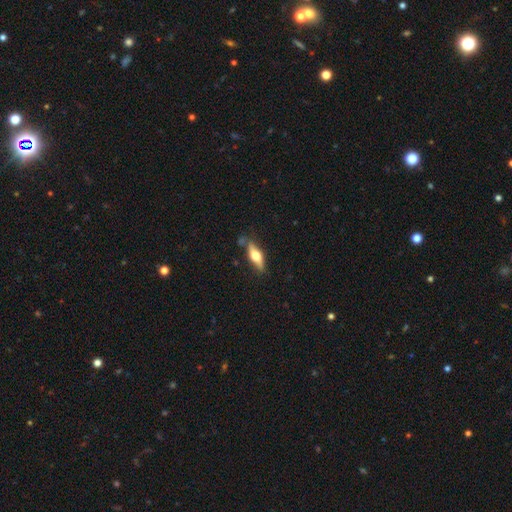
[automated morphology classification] The model was most divided on "smooth or featured": featured or disk: 51%, smooth: 43%, star or artifact: 6%. More confident: edge-on disk — yes (89%); merging — none (74%).